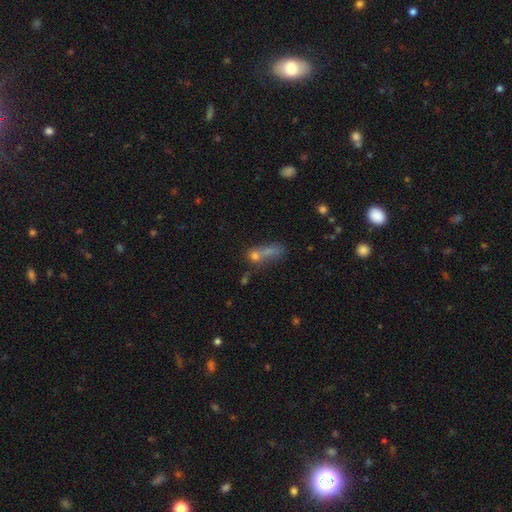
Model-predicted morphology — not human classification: The model was most divided on "merging": merger: 38%, none: 31%, major disturbance: 18%, minor disturbance: 13%. Remaining: smooth or featured — smooth (61%); how rounded — in between (42%).